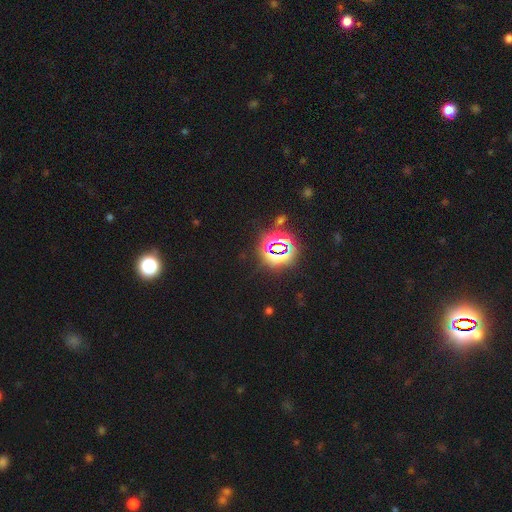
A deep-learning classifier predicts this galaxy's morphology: type=star or artifact (78%).